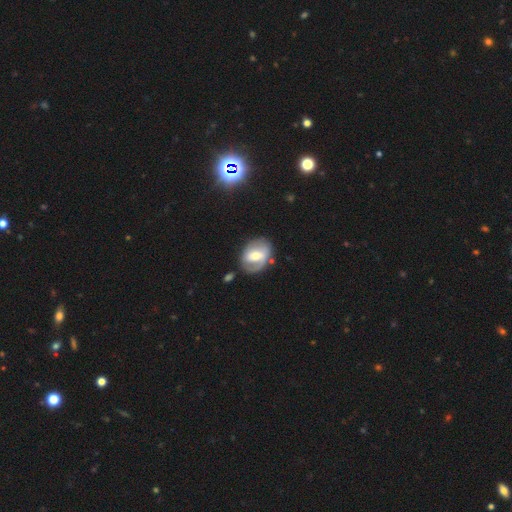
A featured or disk galaxy (64%) with a strong bar (50%), 2 (60%) tight (50%) spiral arms (50%, tied with no) and a moderate central bulge (50%).

Vote fractions:
- Smooth or featured? featured or disk: 64% / smooth: 36% / star or artifact: 0%
- Edge-on disk? no: 87% / yes: 13%
- Bar? strong: 50% / weak: 35% / no: 15%
- Spiral arms? yes: 50% (tied) / no: 50% (tied)
- Spiral winding? tight: 50% / medium: 40% / loose: 10%
- Spiral arm count? 2: 60% / can't tell: 20% / 1: 10% / 4: 10% / 3: 0% / more than 4: 0%
- Bulge size? moderate: 50% / small: 40% / large: 10% / dominant: 0% / none: 0%
- Merging? none: 67% / minor disturbance: 17% / major disturbance: 11% / merger: 6%